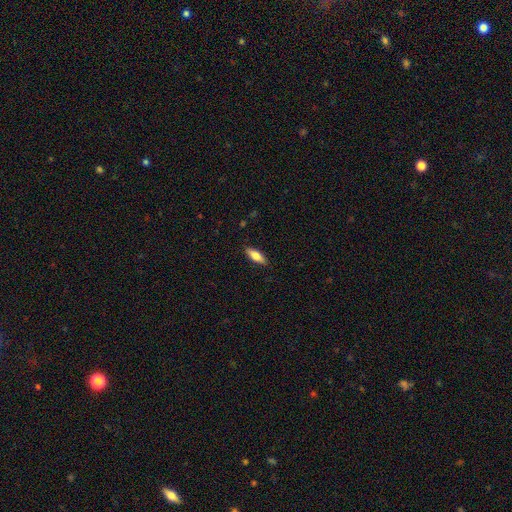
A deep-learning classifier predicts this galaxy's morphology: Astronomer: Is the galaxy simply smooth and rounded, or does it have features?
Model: smooth — 71%.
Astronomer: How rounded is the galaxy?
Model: in between — 61% (runner-up: cigar-shaped, 37%).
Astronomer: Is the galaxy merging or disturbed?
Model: none — 88%.